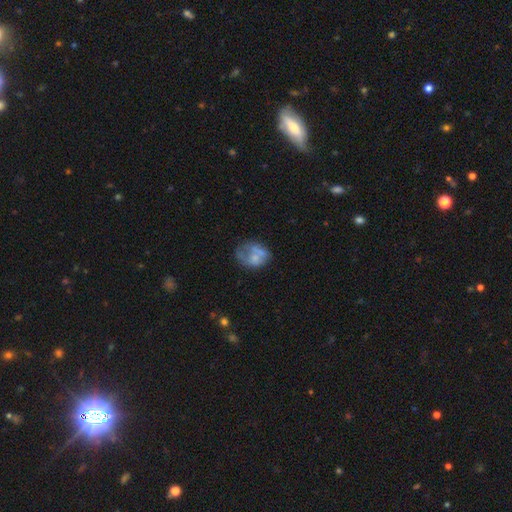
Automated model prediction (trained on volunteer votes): smooth 48%, featured or disk 43%, star or artifact 10%. Down the decision tree: merging — none (38%).